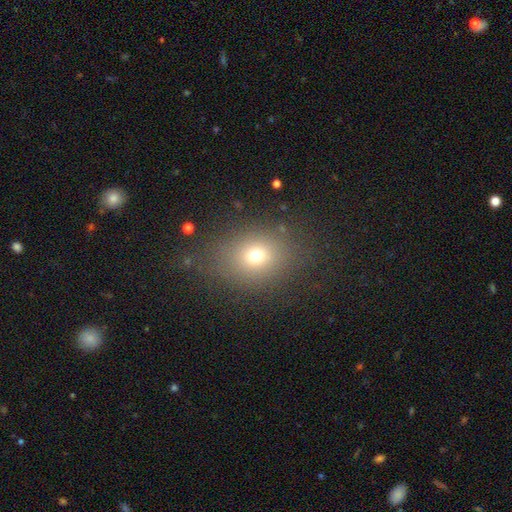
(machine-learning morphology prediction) The model was most divided on "how rounded": round: 50%, in between: 49%, cigar-shaped: 1%. More confident: merging — none (78%); smooth or featured — smooth (69%).